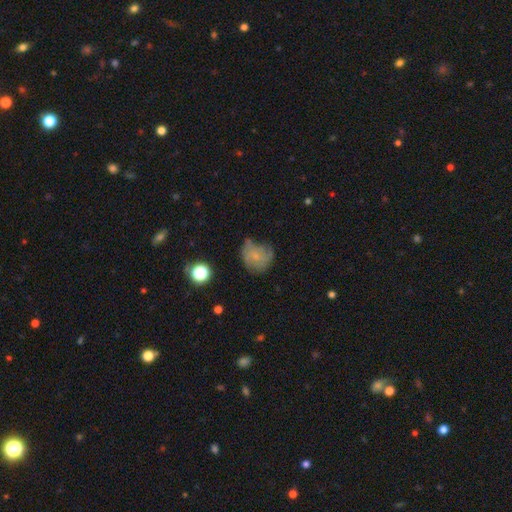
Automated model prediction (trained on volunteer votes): This appears to be a smooth galaxy with no disk features (51%) that is round (72%). Merging: none (46%).